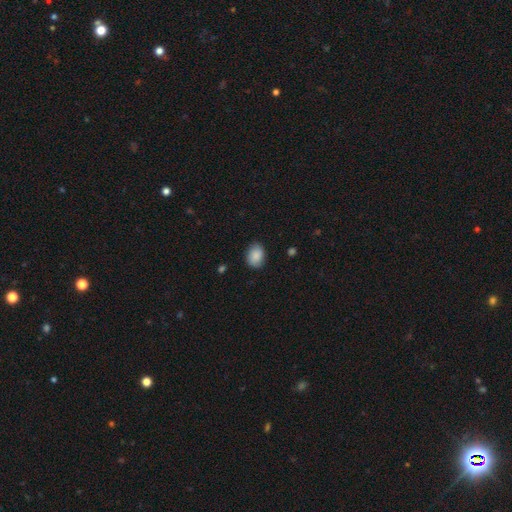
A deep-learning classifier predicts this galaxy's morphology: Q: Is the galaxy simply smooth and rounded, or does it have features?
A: smooth — 89%.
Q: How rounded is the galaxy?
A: in between — 75%.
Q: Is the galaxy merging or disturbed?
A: none — 84%.